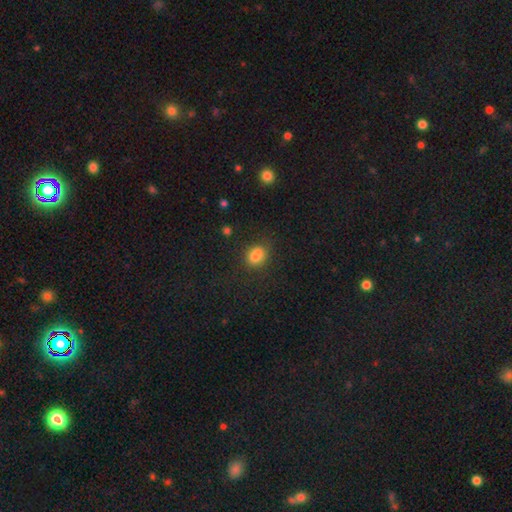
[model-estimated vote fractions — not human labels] This appears to be a smooth galaxy with no disk features (82%) that is in between round and cigar-shaped (56%). Merging: none (74%).